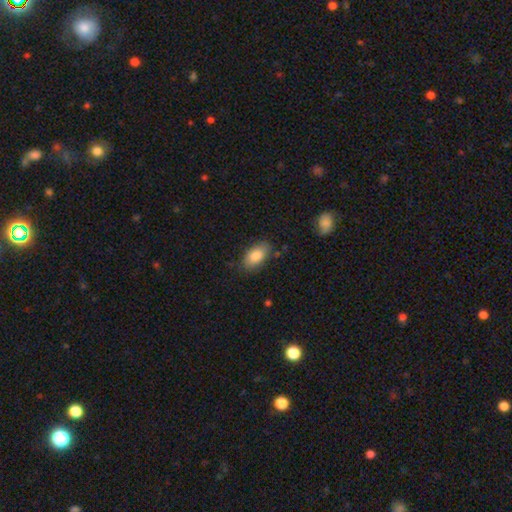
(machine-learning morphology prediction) This is clearly a smooth galaxy (84%). How rounded: clearly in between (92%). Merging: clearly none (80%).